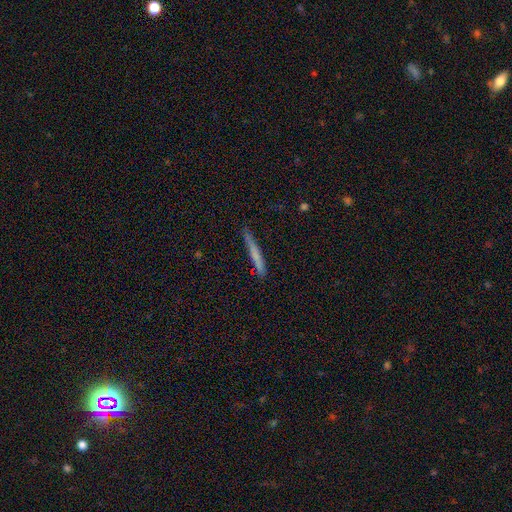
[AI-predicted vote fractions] A smooth galaxy with no disk features (65%) that is cigar-shaped (96%). Merging: none (81%).